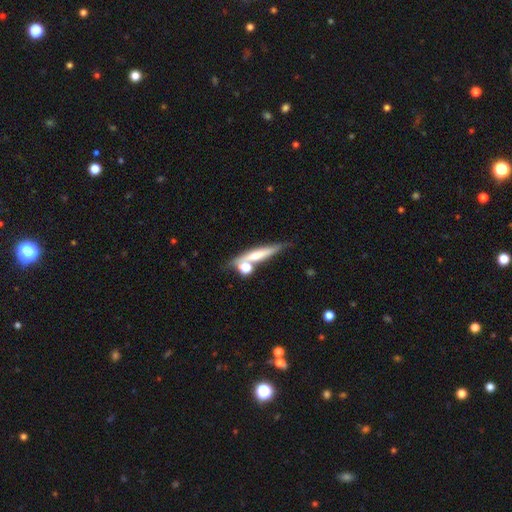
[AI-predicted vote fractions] Morphology: type=smooth (52%); roundness=cigar-shaped (76%); merging=none (57%).